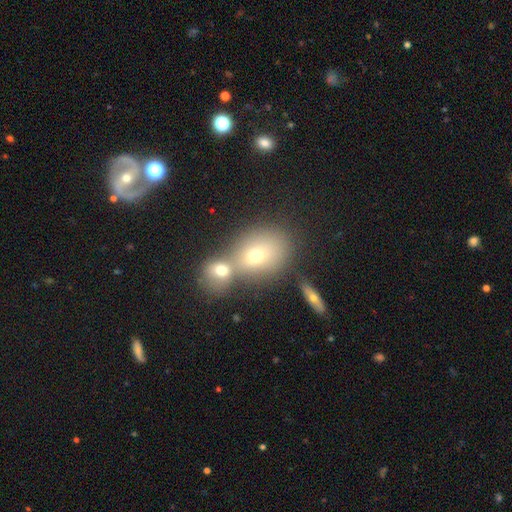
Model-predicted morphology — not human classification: This appears to be a smooth galaxy with no disk features (64%) that is round (55%). Merging: merger (45%).